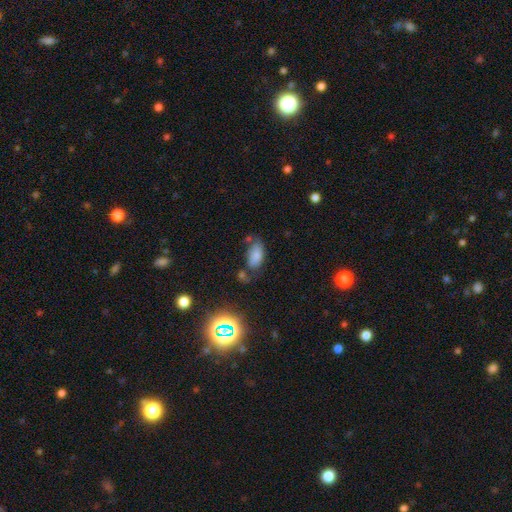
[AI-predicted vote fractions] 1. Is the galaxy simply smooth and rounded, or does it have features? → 75% smooth, 14% star or artifact, 11% featured or disk.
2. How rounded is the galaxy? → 92% in between, 4% cigar-shaped, 4% round.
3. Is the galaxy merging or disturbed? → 53% none, 25% minor disturbance, 13% merger, 9% major disturbance.